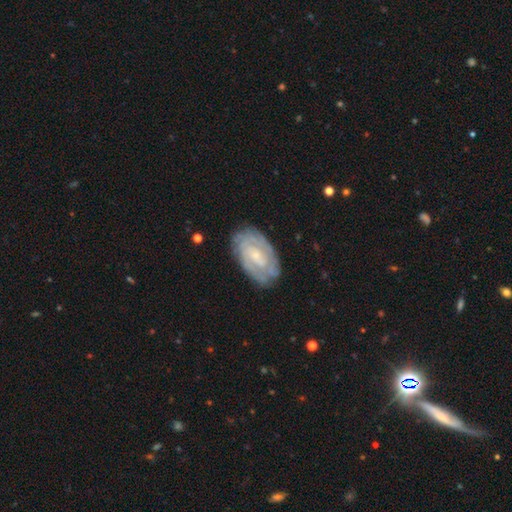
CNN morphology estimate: Smooth or featured? featured or disk (75%)
Edge-on disk? no (96%)
Bar? no (47%)
Spiral arms? yes (87%)
Spiral winding? tight (69%)
Spiral arm count? can't tell (45%)
Bulge size? small (66%)
Merging? none (78%)